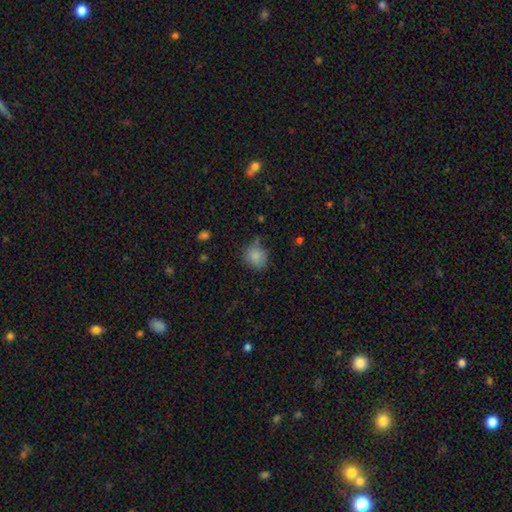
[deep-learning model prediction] This is clearly a smooth galaxy (85%). How rounded: likely round (78%). Merging: likely none (70%).